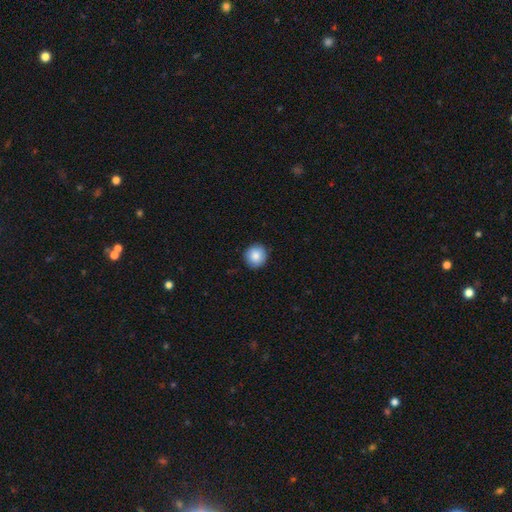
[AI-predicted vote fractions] Smooth or featured? Predicted: smooth (p=0.86). How rounded? Predicted: round (p=0.92). Merging? Predicted: none (p=0.89).